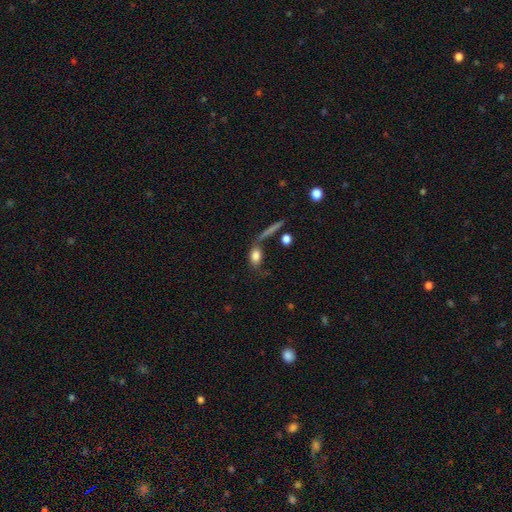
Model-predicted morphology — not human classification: A smooth galaxy with no disk features (78%) that is in between round and cigar-shaped (76%). Merging: none (48%).